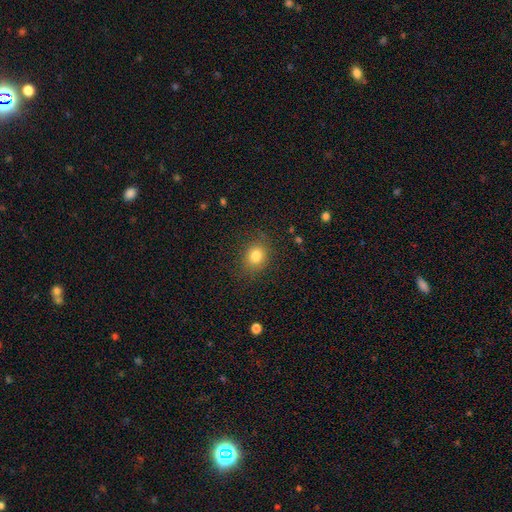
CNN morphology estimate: smooth_or_featured: smooth (p=0.81) [alt: star or artifact p=0.11]
how_rounded: round (p=0.57) [alt: in between p=0.42]
merging: none (p=0.83) [alt: minor disturbance p=0.12]